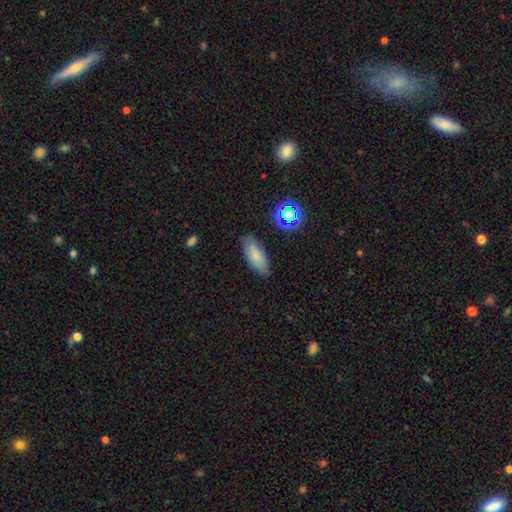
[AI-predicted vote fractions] This appears to be a smooth galaxy with no disk features (78%) that is in between round and cigar-shaped (78%). Merging: none (81%).